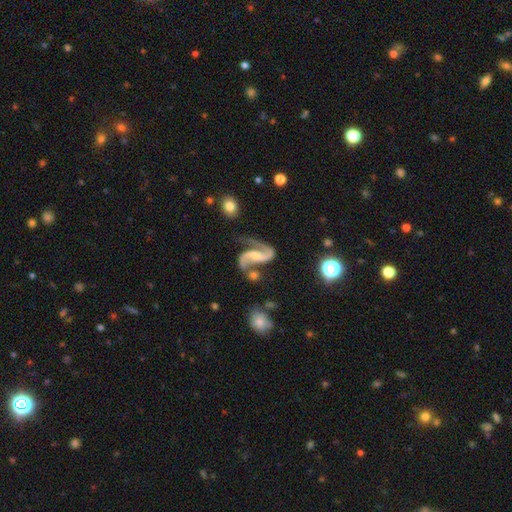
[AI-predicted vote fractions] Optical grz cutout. It shows a featured or disk galaxy (90%) with a weak bar (37%, tied with no), 2 (91%) loose (53%) spiral arms (97%) and a small central bulge (46%). Merging: none (50%).